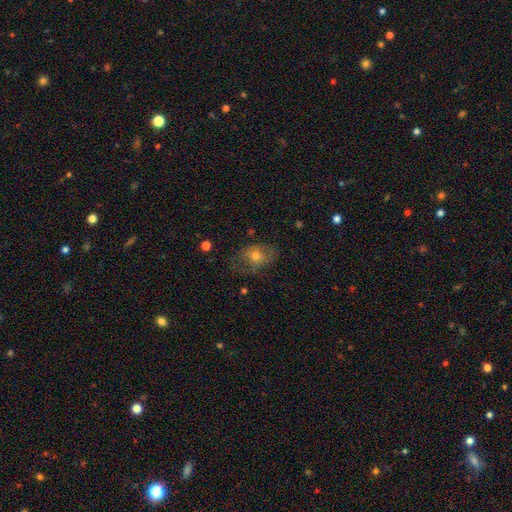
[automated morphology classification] Smooth or featured? Predicted: smooth (p=0.58). How rounded? Predicted: in between (p=0.70). Merging? Predicted: none (p=0.56).